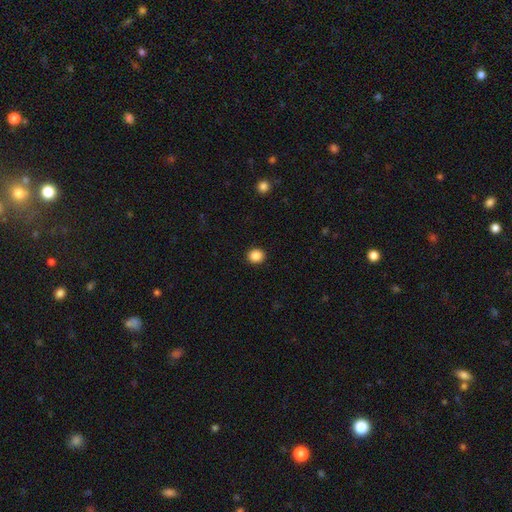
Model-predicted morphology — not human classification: This appears to be a smooth galaxy with no disk features (87%) that is round (86%). Merging: none (92%).